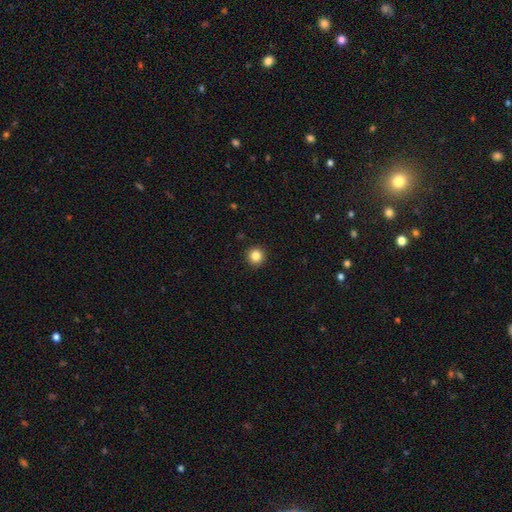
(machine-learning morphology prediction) This appears to be a smooth galaxy with no disk features (85%) that is round (95%). Merging: none (93%).